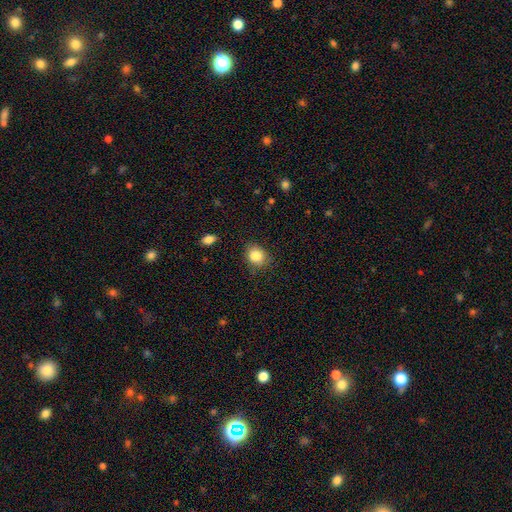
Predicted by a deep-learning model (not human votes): Overall: smooth (85%). How rounded: round (61%; in between 38%). Merging: none (77%).